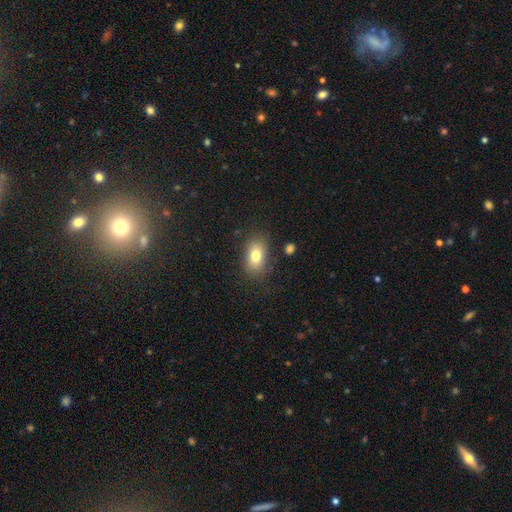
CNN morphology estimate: A smooth galaxy with no disk features (79%) that is in between round and cigar-shaped (86%).

Vote fractions:
- Smooth or featured? smooth: 79% / featured or disk: 12% / star or artifact: 9%
- How rounded? in between: 86% / round: 12% / cigar-shaped: 2%
- Merging? none: 81% / minor disturbance: 13% / major disturbance: 4% / merger: 2%